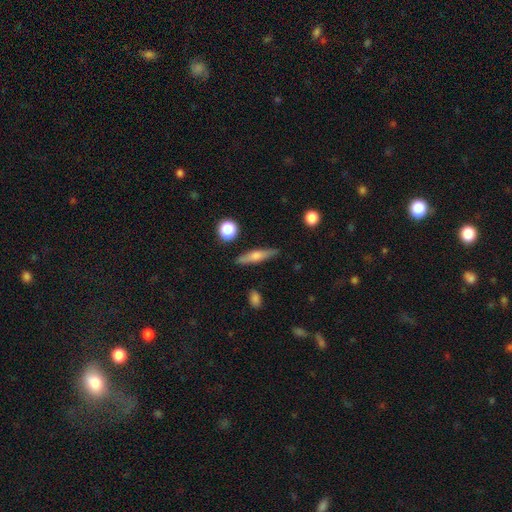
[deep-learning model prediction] This is possibly a smooth galaxy (52%). How rounded: likely cigar-shaped (76%). Merging: clearly none (85%).